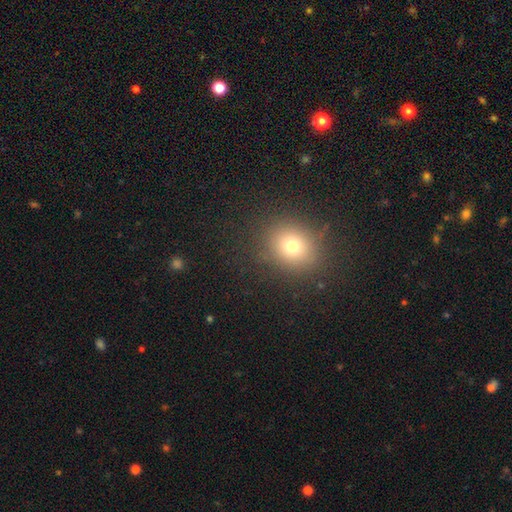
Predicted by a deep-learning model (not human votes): A smooth galaxy with no disk features (67%) that is round (75%).

Vote fractions:
- Smooth or featured? smooth: 67% / star or artifact: 26% / featured or disk: 7%
- How rounded? round: 75% / in between: 24% / cigar-shaped: 1%
- Merging? none: 91% / minor disturbance: 5% / major disturbance: 2% / merger: 1%